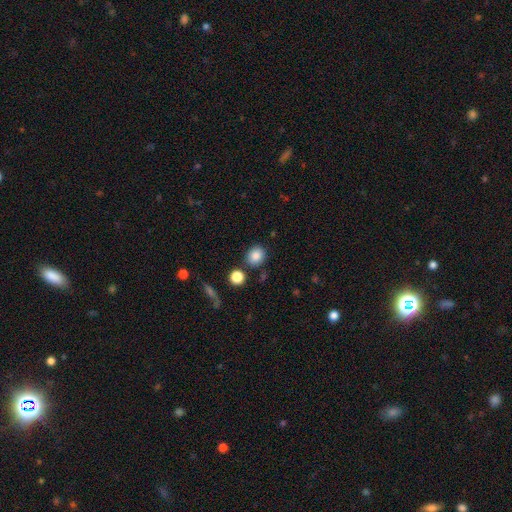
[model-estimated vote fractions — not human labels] This appears to be a smooth galaxy with no disk features (85%) that is round (68%). Merging: none (81%).